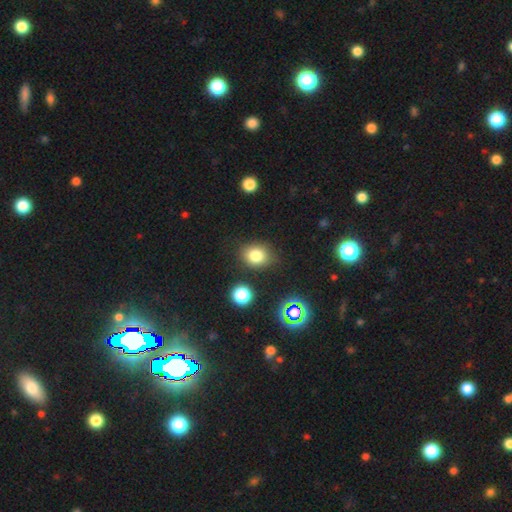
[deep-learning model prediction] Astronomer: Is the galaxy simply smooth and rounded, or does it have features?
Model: smooth — 79%.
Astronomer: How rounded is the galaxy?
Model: round — 57% (runner-up: in between, 42%).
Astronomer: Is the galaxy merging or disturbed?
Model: none — 81%.